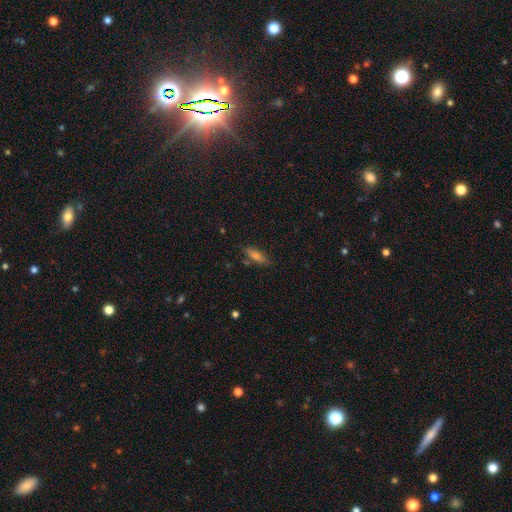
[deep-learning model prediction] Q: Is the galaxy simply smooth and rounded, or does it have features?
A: smooth — 65%.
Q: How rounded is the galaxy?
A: cigar-shaped — 57%.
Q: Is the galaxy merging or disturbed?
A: none — 79%.